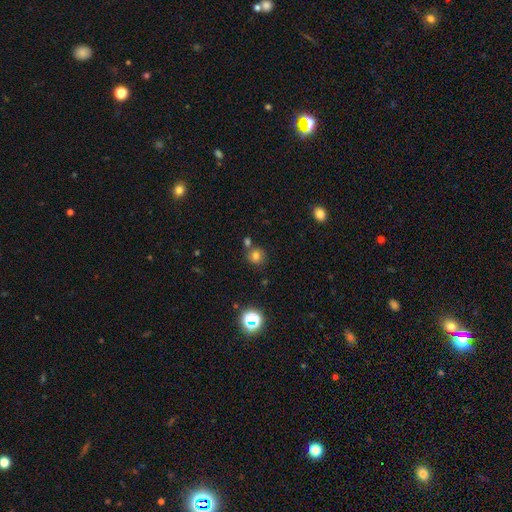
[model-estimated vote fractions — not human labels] Smooth or featured? Predicted: smooth (p=0.72). How rounded? Predicted: round (p=0.88). Merging? Predicted: none (p=0.71).